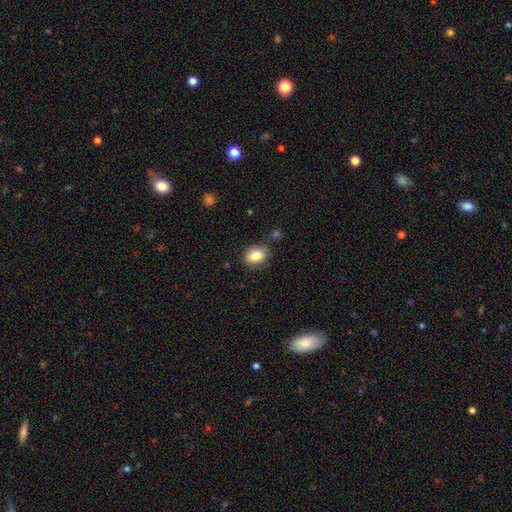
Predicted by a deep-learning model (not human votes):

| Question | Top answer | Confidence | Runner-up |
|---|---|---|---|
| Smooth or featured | smooth | 84% | star or artifact (9%) |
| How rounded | in between | 68% | round (31%) |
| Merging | none | 78% | minor disturbance (14%) |